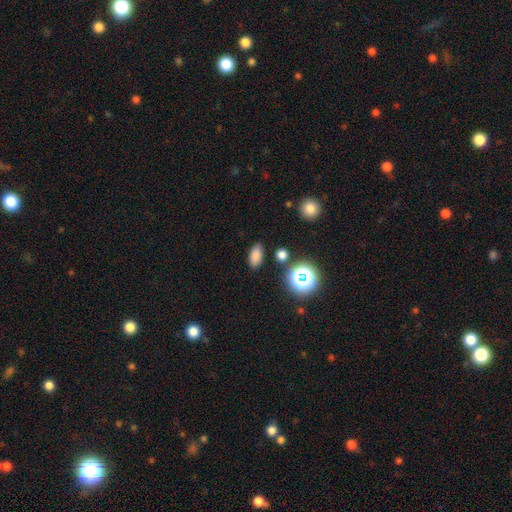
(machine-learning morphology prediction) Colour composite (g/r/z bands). It shows a smooth galaxy with no disk features (79%) that is in between round and cigar-shaped (87%). Merging: none (85%).